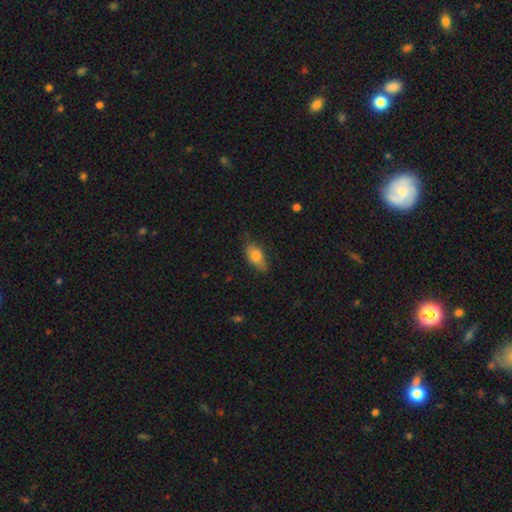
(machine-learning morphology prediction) A smooth galaxy with no disk features (74%) that is in between round and cigar-shaped (87%).

Vote fractions:
- Smooth or featured? smooth: 74% / featured or disk: 19% / star or artifact: 7%
- How rounded? in between: 87% / cigar-shaped: 8% / round: 5%
- Merging? none: 69% / minor disturbance: 24% / major disturbance: 5% / merger: 1%